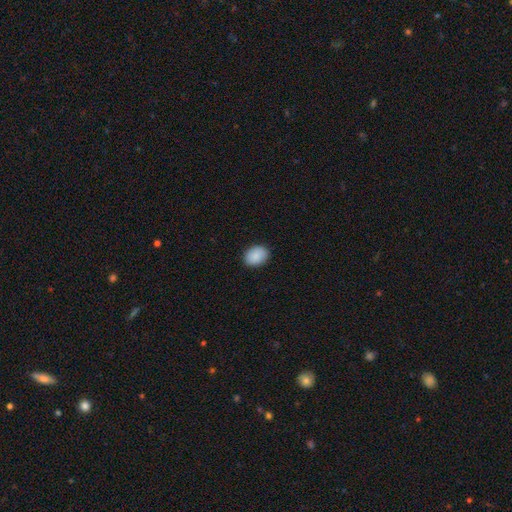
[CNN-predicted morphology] This is clearly a smooth galaxy (90%). How rounded: likely in between (71%). Merging: clearly none (89%).